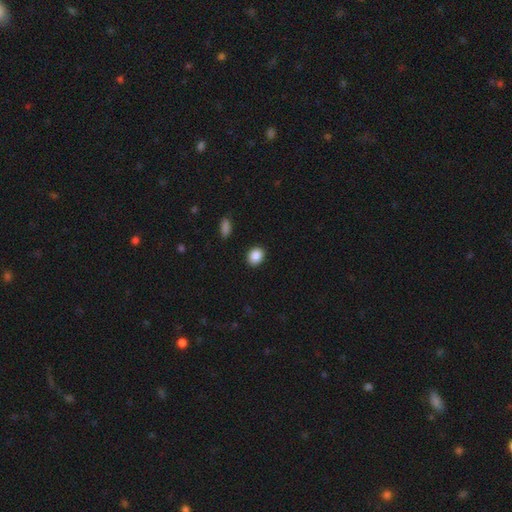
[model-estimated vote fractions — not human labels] Overall: smooth (89%). How rounded: round (54%; in between 45%). Merging: none (90%).